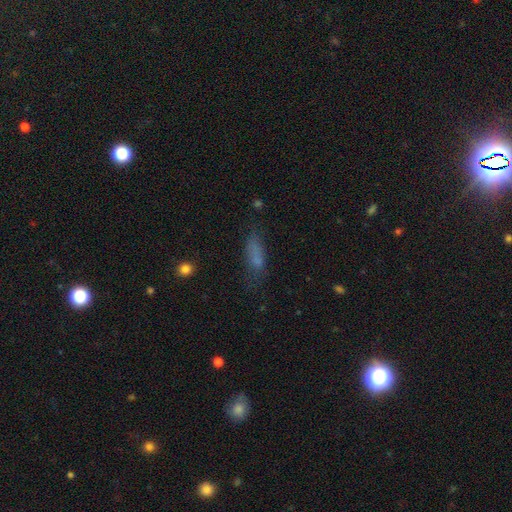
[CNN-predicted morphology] Smooth or featured: smooth — 70% (featured or disk — 15%)
How rounded: in between — 57% (cigar-shaped — 40%)
Merging: none — 53% (minor disturbance — 25%)